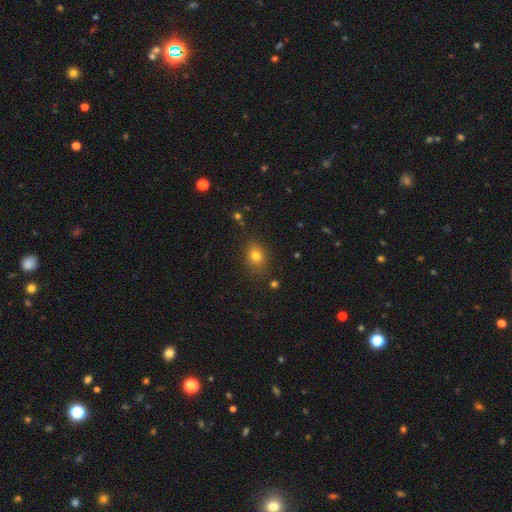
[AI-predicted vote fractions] smooth_or_featured: smooth (p=0.77) [alt: star or artifact p=0.14]
how_rounded: in between (p=0.58) [alt: round p=0.41]
merging: none (p=0.83) [alt: minor disturbance p=0.12]